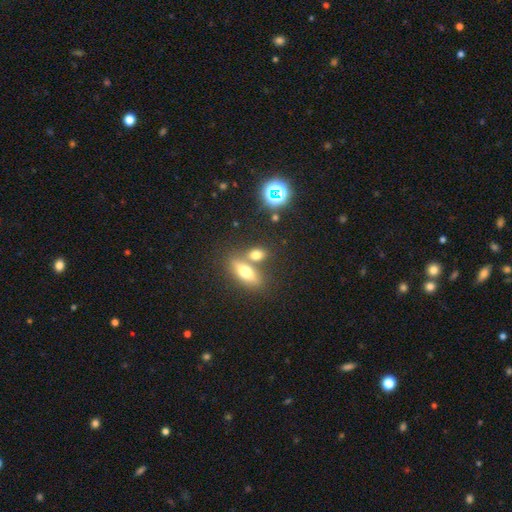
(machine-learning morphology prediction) Smooth or featured? Predicted: smooth (p=0.55). How rounded? Predicted: in between (p=0.56). Merging? Predicted: none (p=0.62).